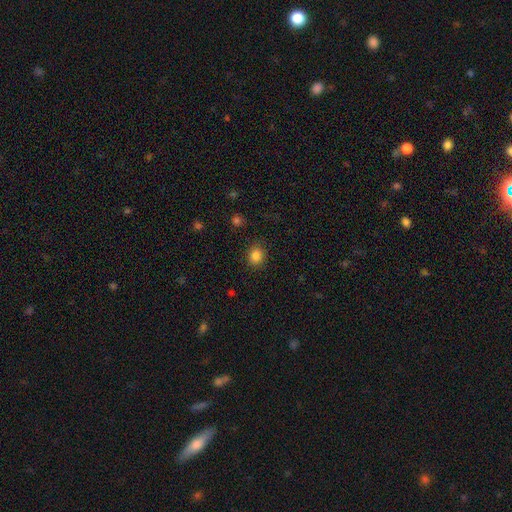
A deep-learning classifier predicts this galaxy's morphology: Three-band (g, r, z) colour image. It shows a smooth galaxy with no disk features (85%) that is round (73%). Merging: none (87%).